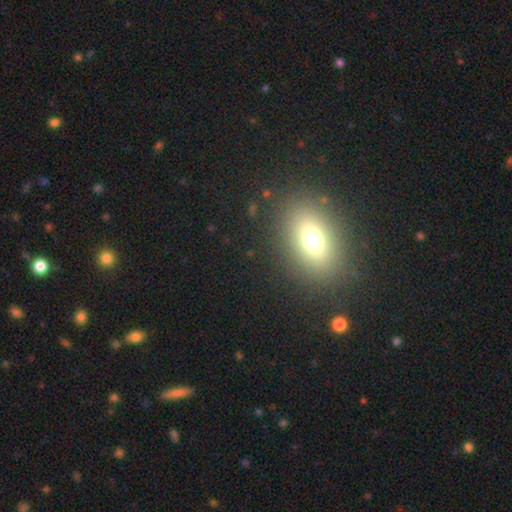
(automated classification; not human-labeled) A smooth galaxy with no disk features (69%) that is in between round and cigar-shaped (80%).

Vote fractions:
- Smooth or featured? smooth: 69% / star or artifact: 18% / featured or disk: 13%
- How rounded? in between: 80% / round: 15% / cigar-shaped: 4%
- Merging? none: 88% / minor disturbance: 7% / major disturbance: 3% / merger: 2%